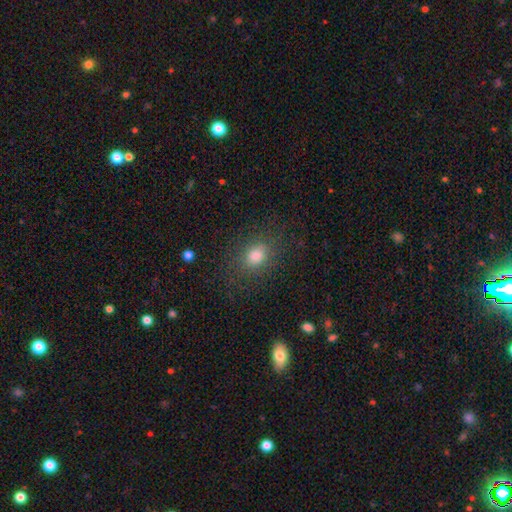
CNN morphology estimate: Overall: smooth (79%). How rounded: in between (54%; round 45%). Merging: none (81%).